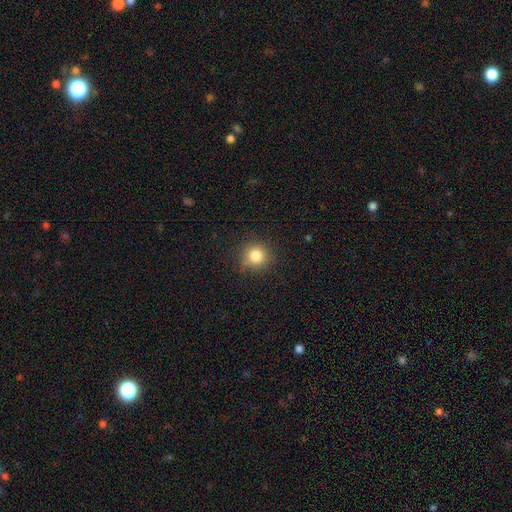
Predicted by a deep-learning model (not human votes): Smooth or featured: smooth — 82% (star or artifact — 12%)
How rounded: round — 92% (in between — 7%)
Merging: none — 84% (minor disturbance — 12%)